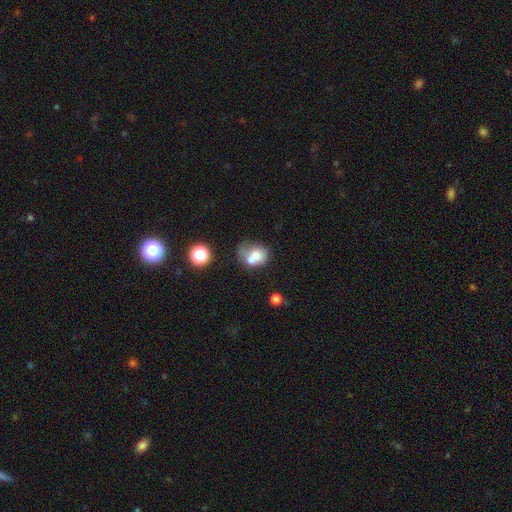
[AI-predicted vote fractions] Overall: smooth (65%). How rounded: round (62%; in between 37%). Merging: merger (57%; none 23%).